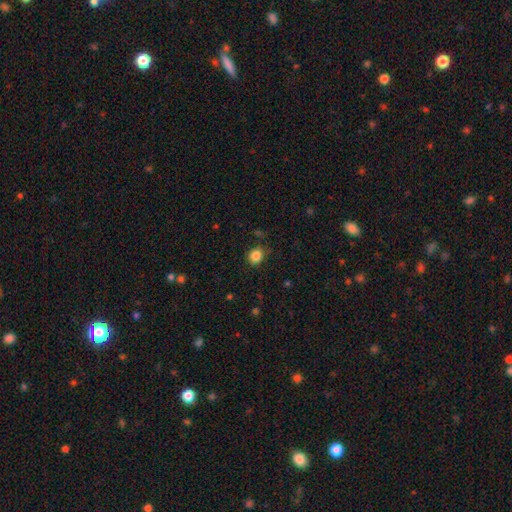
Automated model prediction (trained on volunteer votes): smooth_or_featured: smooth (p=0.85) [alt: star or artifact p=0.11]
how_rounded: round (p=0.76) [alt: in between p=0.23]
merging: none (p=0.83) [alt: minor disturbance p=0.12]